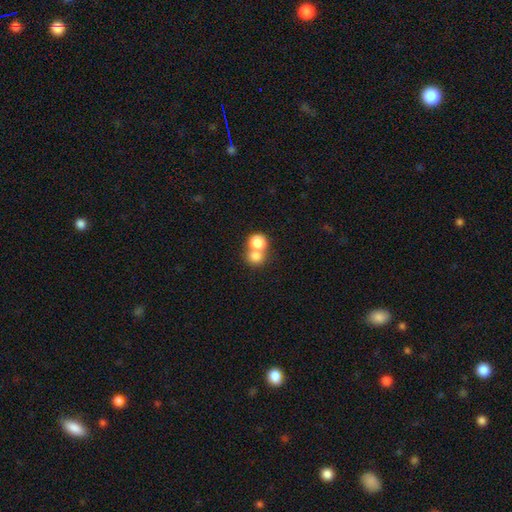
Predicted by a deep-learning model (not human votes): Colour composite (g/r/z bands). It shows a smooth galaxy with no disk features (78%) that is round (81%). Merging: merger (58%).